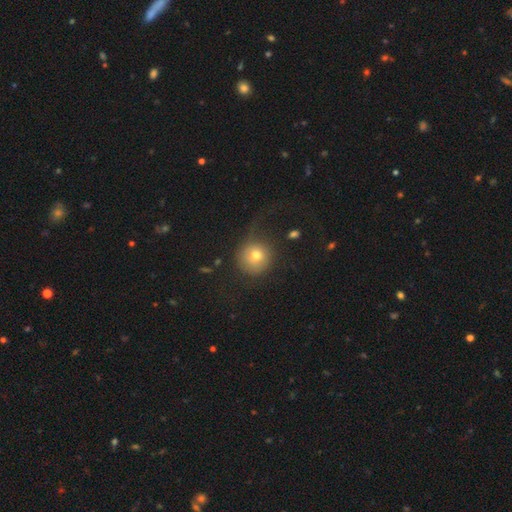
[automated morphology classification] The model was most divided on "merging": none: 59%, major disturbance: 21%, minor disturbance: 18%, merger: 2%. More confident: how rounded — round (92%); smooth or featured — smooth (72%).